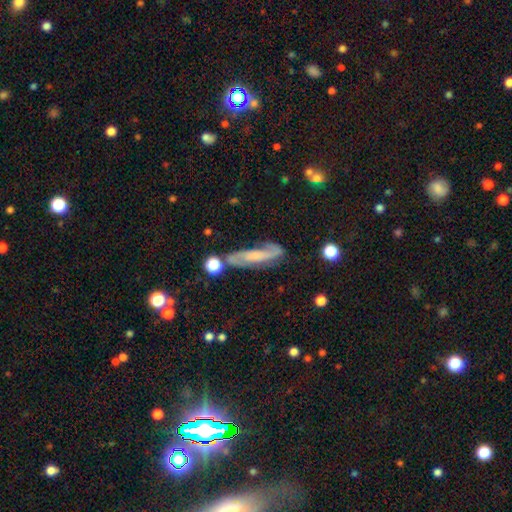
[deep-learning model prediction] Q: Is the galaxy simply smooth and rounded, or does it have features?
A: featured or disk — 62%.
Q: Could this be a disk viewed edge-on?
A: no — 74%.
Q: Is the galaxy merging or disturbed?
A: none — 64%.